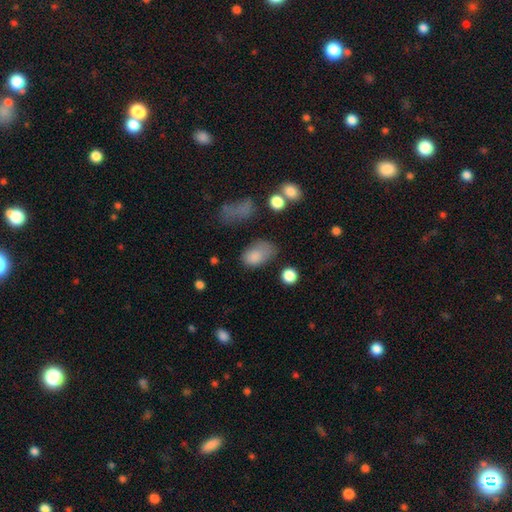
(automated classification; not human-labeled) Smooth or featured: smooth — 81% (star or artifact — 10%)
How rounded: in between — 90% (round — 8%)
Merging: none — 45% (minor disturbance — 32%)